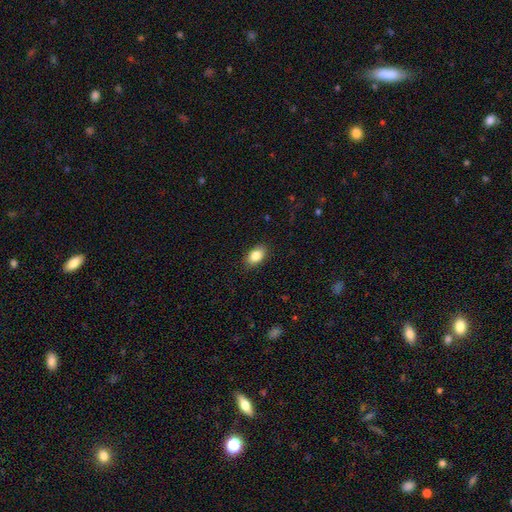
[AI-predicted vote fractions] Q: Smooth or featured?
A: smooth (85%); runner-up: star or artifact (8%)
Q: How rounded?
A: in between (89%); runner-up: round (9%)
Q: Merging?
A: none (89%); runner-up: minor disturbance (8%)